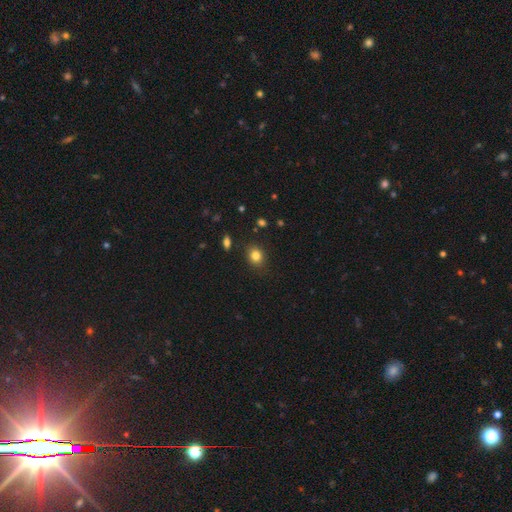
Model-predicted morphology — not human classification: Smooth or featured?
  - smooth: 82% *
  - star or artifact: 12%
  - featured or disk: 6%
How rounded?
  - round: 61% *
  - in between: 38%
  - cigar-shaped: 1%
Merging?
  - none: 85% *
  - minor disturbance: 10%
  - major disturbance: 3%
  - merger: 2%